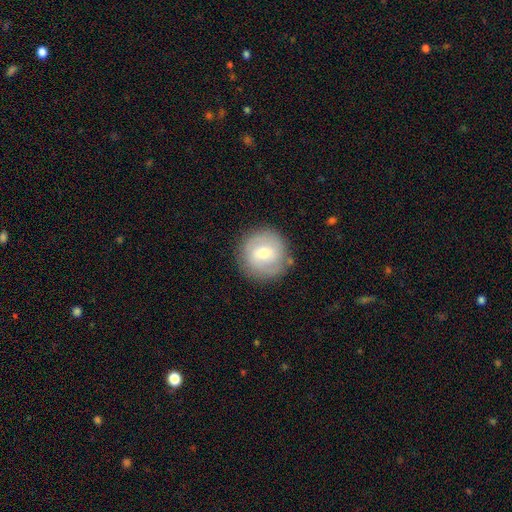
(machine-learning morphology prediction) Overall: featured or disk (46%; smooth 44%). Merging: none (86%).